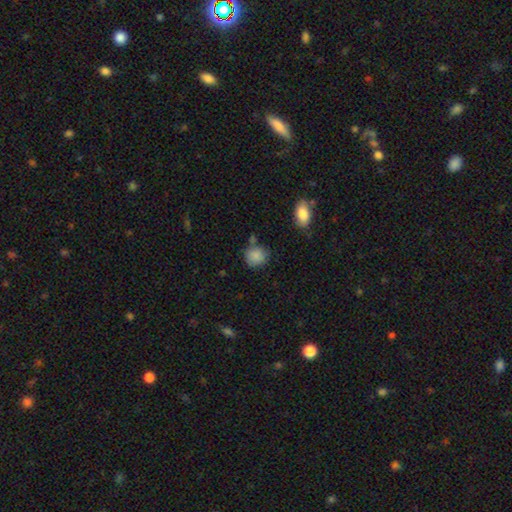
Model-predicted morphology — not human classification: Smooth or featured: smooth — 86% (star or artifact — 8%)
How rounded: round — 80% (in between — 19%)
Merging: none — 67% (minor disturbance — 19%)